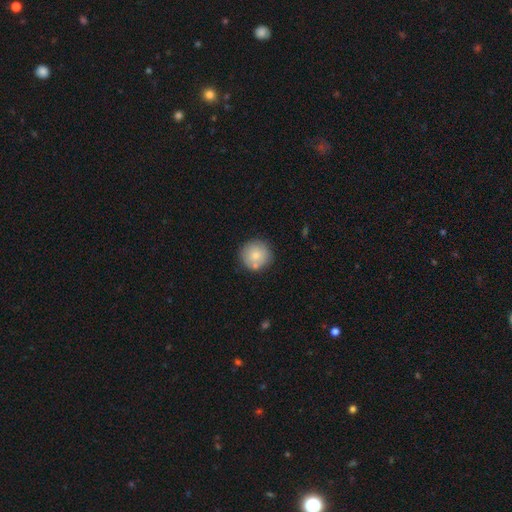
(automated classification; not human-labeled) Smooth or featured?
  - smooth: 77% *
  - featured or disk: 16%
  - star or artifact: 7%
How rounded?
  - round: 94% *
  - in between: 5%
  - cigar-shaped: 1%
Merging?
  - none: 77% *
  - minor disturbance: 12%
  - merger: 8%
  - major disturbance: 3%